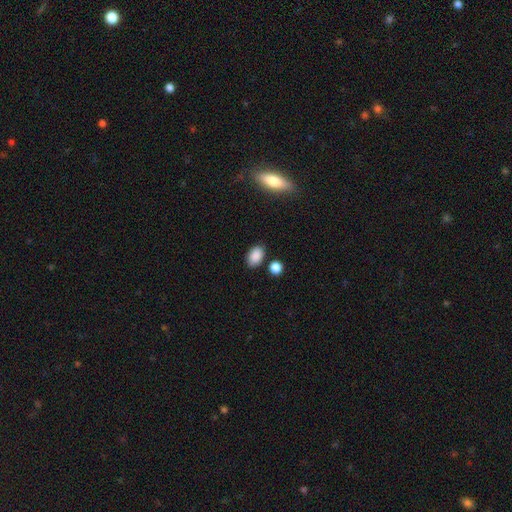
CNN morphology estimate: Smooth or featured? smooth (87%)
How rounded? in between (87%)
Merging? none (79%)